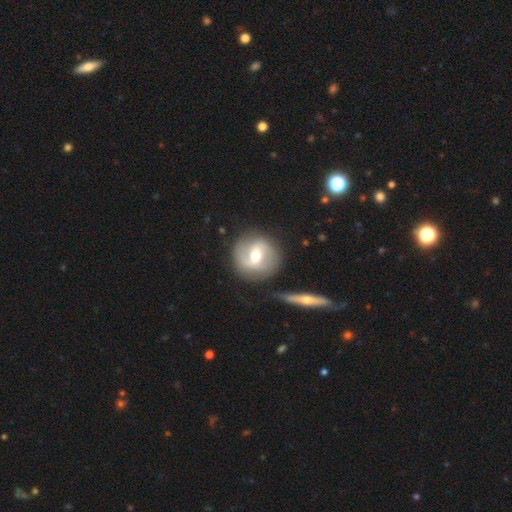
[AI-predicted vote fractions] Overall: featured or disk (65%; smooth 29%). Edge-on disk: no (94%). Bar: weak (46%; strong 32%). Spiral arms: yes (75%). Bulge size: moderate (74%). Merging: none (79%).